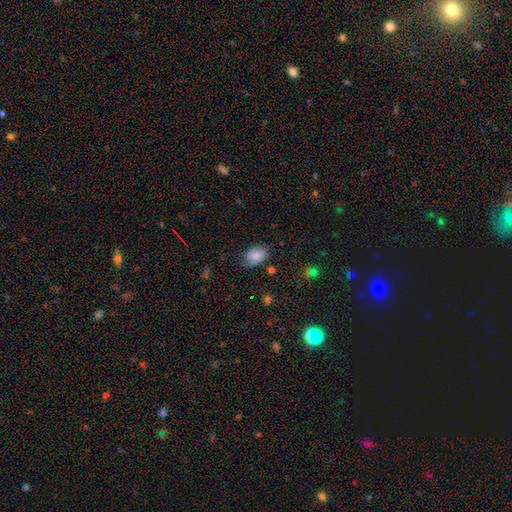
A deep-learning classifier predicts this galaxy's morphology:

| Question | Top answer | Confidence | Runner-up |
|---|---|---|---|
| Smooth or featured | smooth | 71% | featured or disk (20%) |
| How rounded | in between | 89% | round (9%) |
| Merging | none | 67% | minor disturbance (25%) |